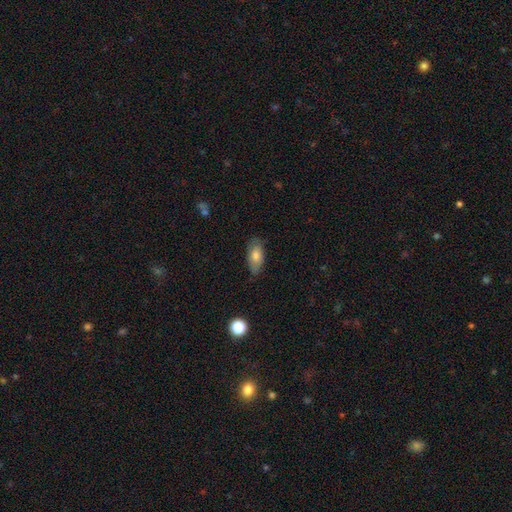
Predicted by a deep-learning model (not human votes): smooth-or-featured: smooth: 75% | featured or disk: 17% | star or artifact: 8%
  how-rounded: in between: 88% | cigar-shaped: 8% | round: 4%
  merging: none: 77% | minor disturbance: 18% | major disturbance: 3% | merger: 1%